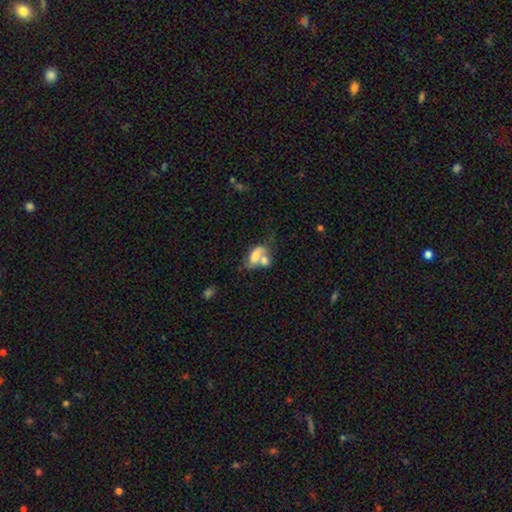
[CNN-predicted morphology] This appears to be a smooth galaxy with no disk features (65%) that is in between round and cigar-shaped (86%). Merging: merger (56%).